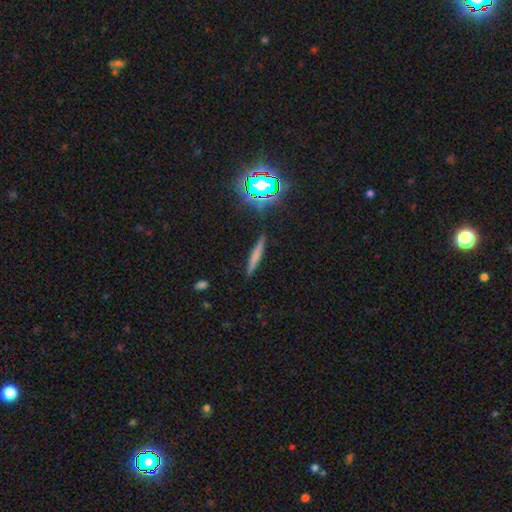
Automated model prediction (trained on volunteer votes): This is possibly a smooth galaxy (58%). How rounded: clearly cigar-shaped (92%). Merging: clearly none (88%).